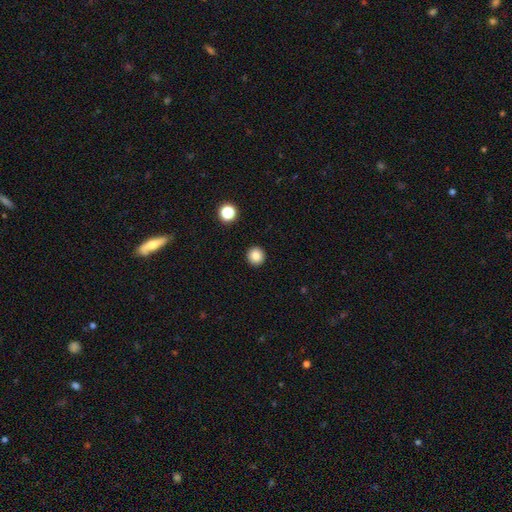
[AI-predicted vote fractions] Q: Smooth or featured?
A: smooth (85%); runner-up: star or artifact (10%)
Q: How rounded?
A: round (95%); runner-up: in between (4%)
Q: Merging?
A: none (93%); runner-up: minor disturbance (4%)